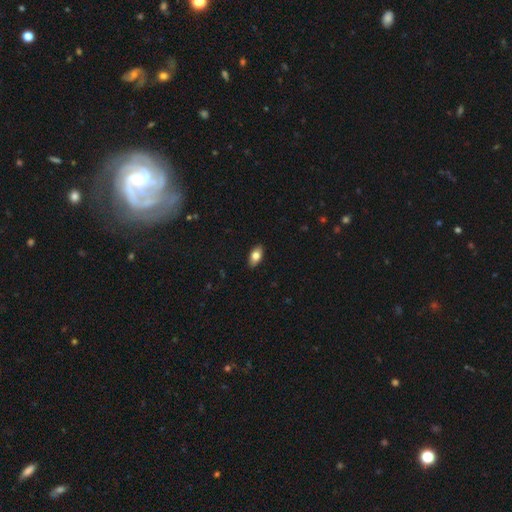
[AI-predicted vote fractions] This is likely a smooth galaxy (77%). How rounded: clearly in between (90%). Merging: clearly none (89%).